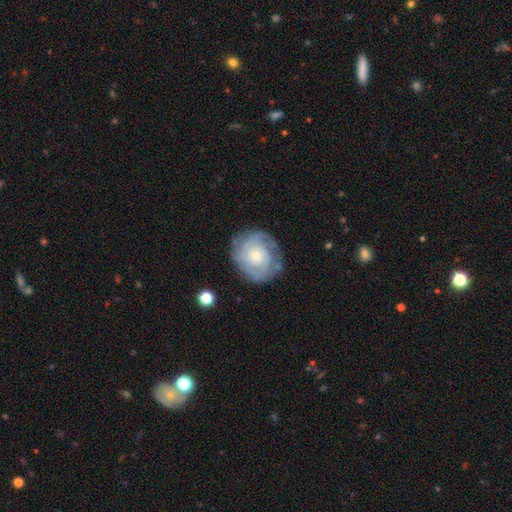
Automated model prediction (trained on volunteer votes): A featured or disk galaxy (74%) with no bar (78%), tight (67%) spiral arms (89%) and a small central bulge (51%). Merging: none (76%).